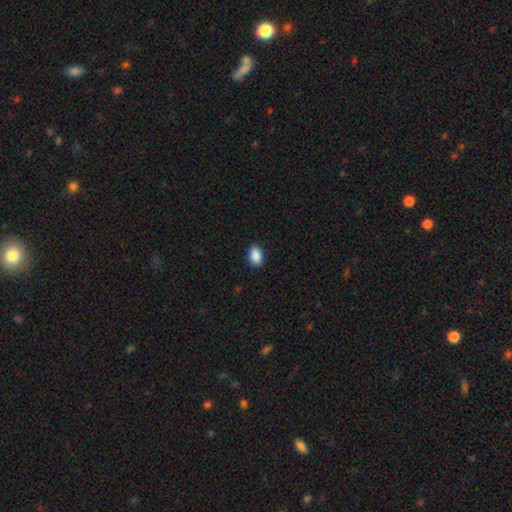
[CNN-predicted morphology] type=smooth (89%); roundness=in between (87%); merging=none (89%).